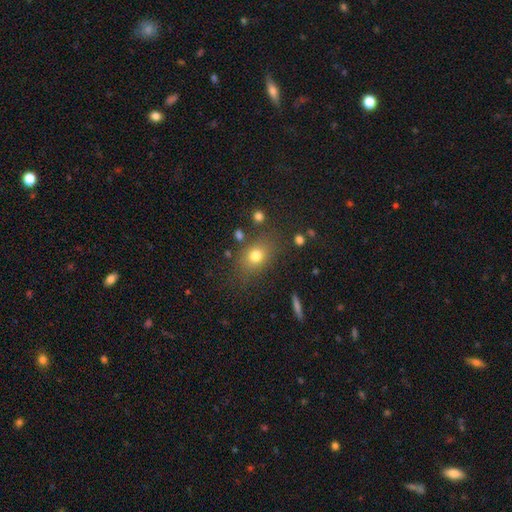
smooth 71%, featured or disk 24%, star or artifact 5%. Down the decision tree: how rounded — in between (78%); merging — none (69%).